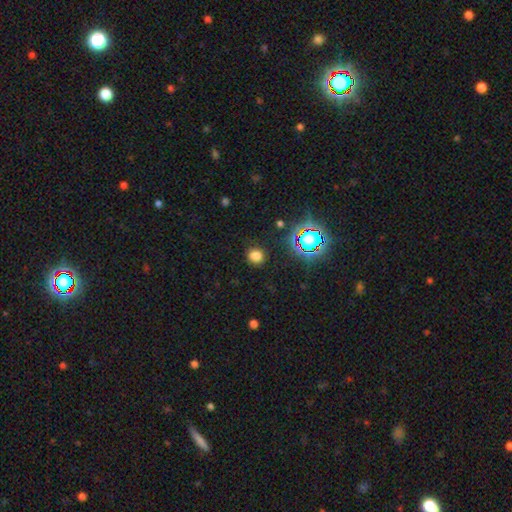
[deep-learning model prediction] Morphology: type=smooth (74%); roundness=round (79%); merging=none (87%).